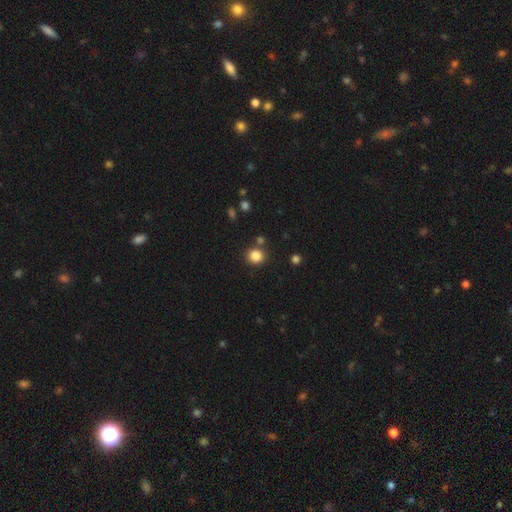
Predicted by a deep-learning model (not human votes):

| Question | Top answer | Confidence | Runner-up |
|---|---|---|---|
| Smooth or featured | smooth | 85% | star or artifact (11%) |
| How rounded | round | 87% | in between (12%) |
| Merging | none | 82% | minor disturbance (8%) |